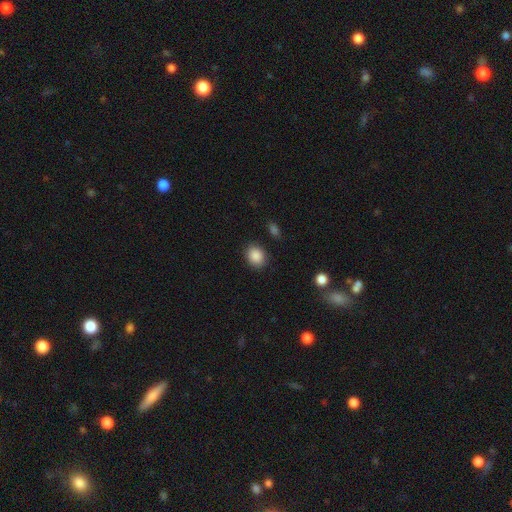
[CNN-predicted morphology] Smooth or featured? smooth (88%)
How rounded? round (55%)
Merging? none (87%)